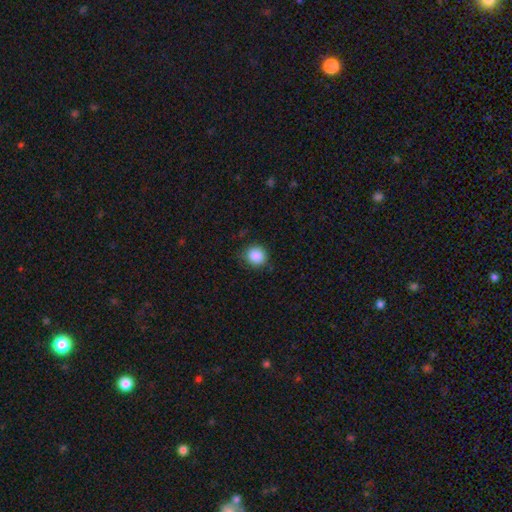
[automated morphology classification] The model was most divided on "merging": none: 81%, minor disturbance: 15%, major disturbance: 3%, merger: 1%. More confident: smooth or featured — smooth (87%); how rounded — round (86%).